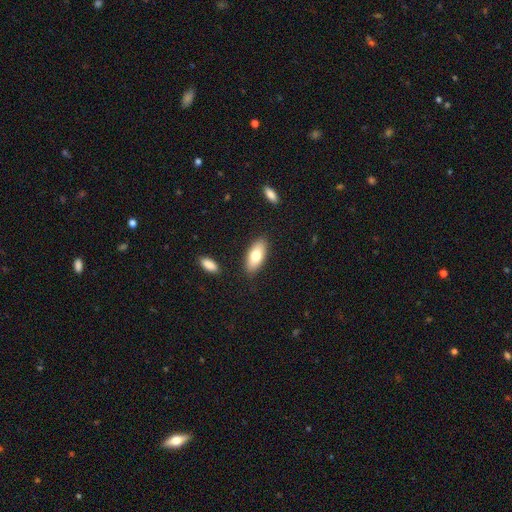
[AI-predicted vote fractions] This is likely a smooth galaxy (75%). How rounded: clearly in between (86%). Merging: clearly none (86%).